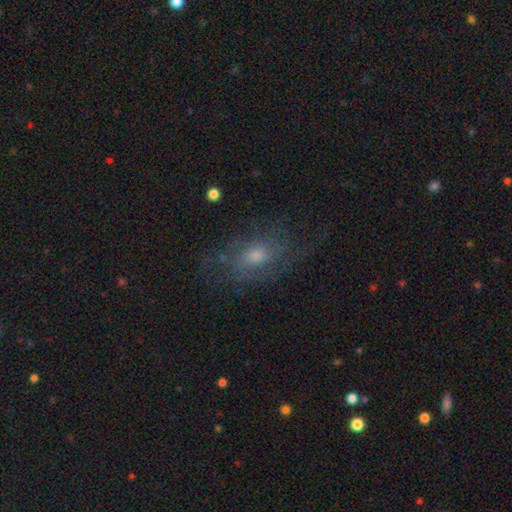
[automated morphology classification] featured or disk 58%, smooth 32%, star or artifact 10%. Down the decision tree: edge-on disk — no (94%); bar — no (71%); spiral arms — yes (71%); bulge size — moderate (53%); merging — none (58%).